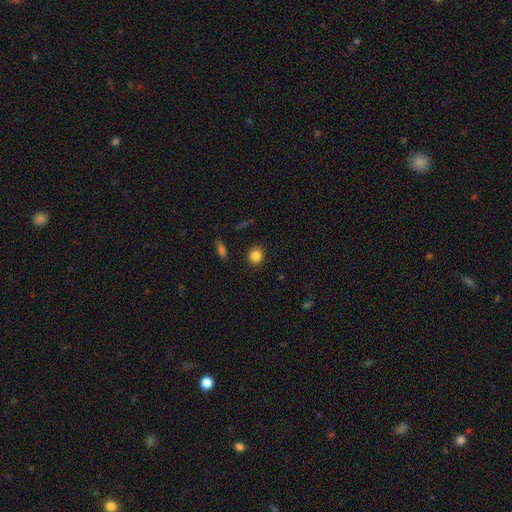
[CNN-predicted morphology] Q: Smooth or featured?
A: smooth (85%); runner-up: star or artifact (10%)
Q: How rounded?
A: round (80%); runner-up: in between (18%)
Q: Merging?
A: none (90%); runner-up: minor disturbance (6%)